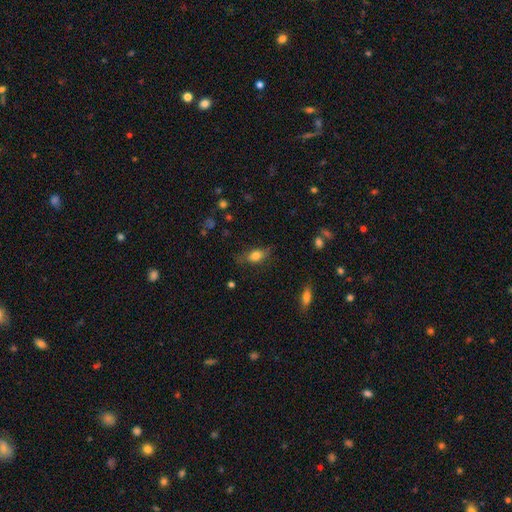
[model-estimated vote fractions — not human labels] The model was most divided on "merging": none: 67%, minor disturbance: 24%, major disturbance: 7%, merger: 2%. More confident: how rounded — in between (81%); smooth or featured — smooth (76%).